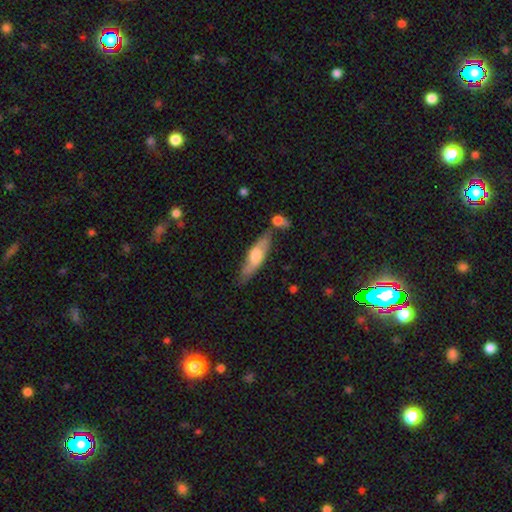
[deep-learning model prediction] This is possibly a smooth galaxy (50%). Merging: likely none (64%).